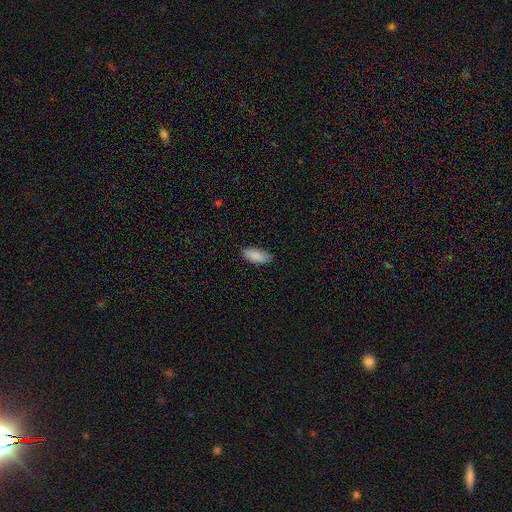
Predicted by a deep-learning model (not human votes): smooth 89%, star or artifact 6%, featured or disk 5%. Down the decision tree: how rounded — in between (88%); merging — none (84%).